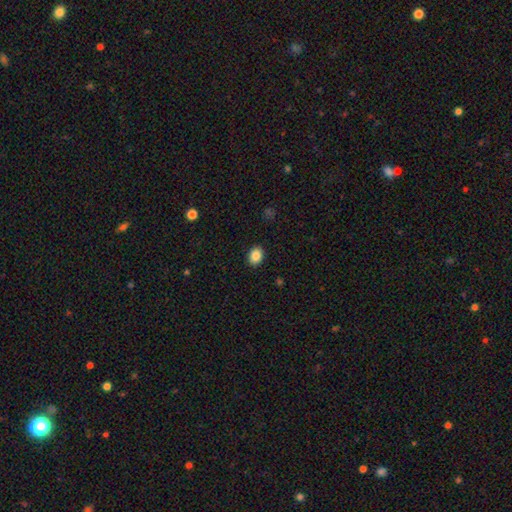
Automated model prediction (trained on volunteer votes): smooth 87%, star or artifact 9%, featured or disk 4%. Down the decision tree: how rounded — in between (59%); merging — none (90%).